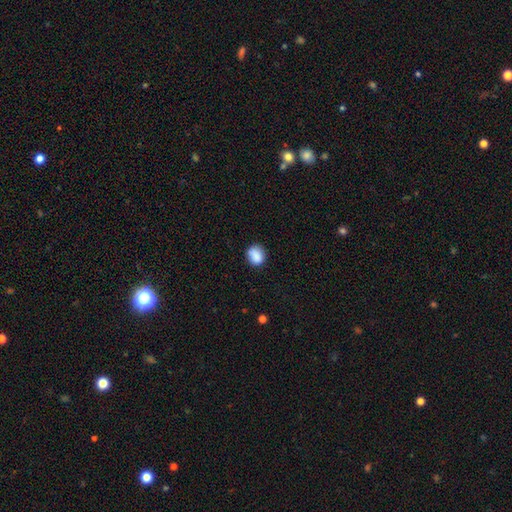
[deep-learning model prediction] Smooth or featured? Predicted: smooth (p=0.83). How rounded? Predicted: round (p=0.65). Merging? Predicted: none (p=0.66).